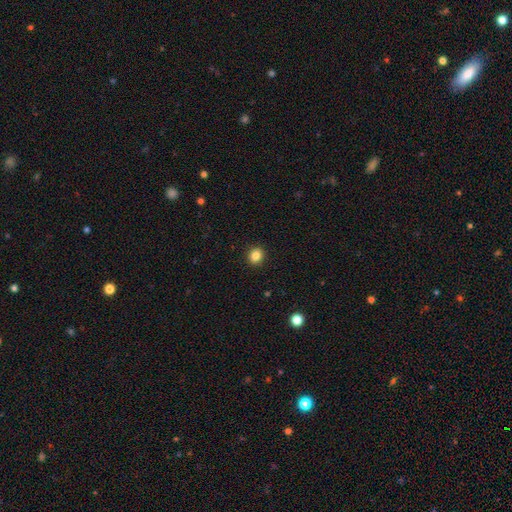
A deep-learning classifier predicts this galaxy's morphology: A smooth galaxy with no disk features (85%) that is round (78%).

Vote fractions:
- Smooth or featured? smooth: 85% / star or artifact: 11% / featured or disk: 4%
- How rounded? round: 78% / in between: 21% / cigar-shaped: 1%
- Merging? none: 92% / minor disturbance: 5% / major disturbance: 2% / merger: 1%